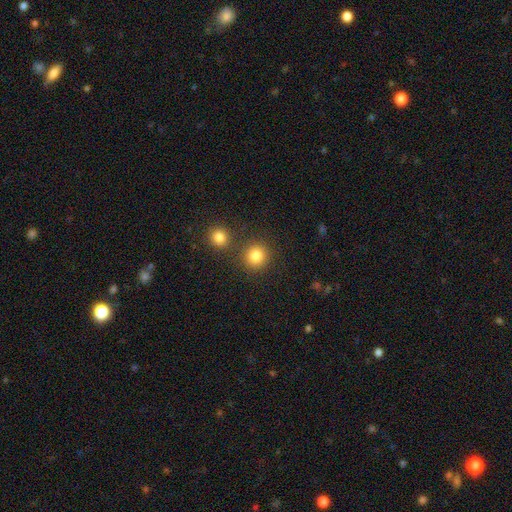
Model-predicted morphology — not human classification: Smooth or featured: smooth — 84% (star or artifact — 11%)
How rounded: round — 91% (in between — 8%)
Merging: none — 81% (merger — 10%)